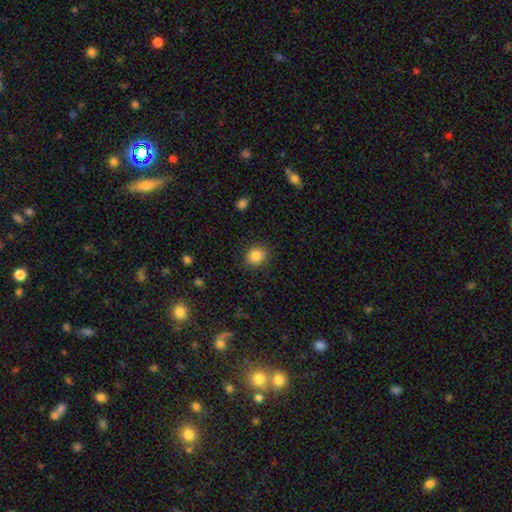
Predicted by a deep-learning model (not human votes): smooth_or_featured: smooth (p=0.85) [alt: star or artifact p=0.09]
how_rounded: round (p=0.66) [alt: in between p=0.33]
merging: none (p=0.88) [alt: minor disturbance p=0.08]